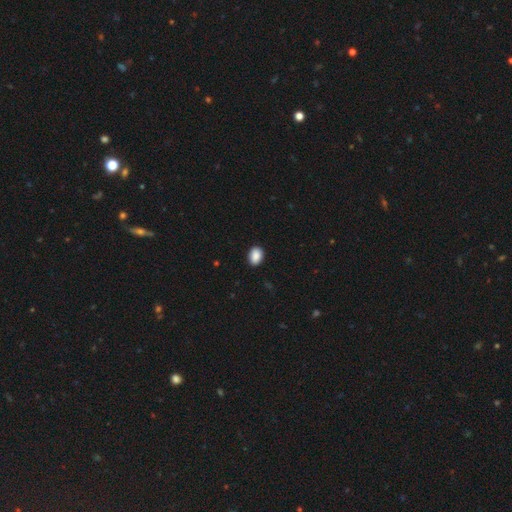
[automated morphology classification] The model was most divided on "how rounded": in between: 78%, round: 21%, cigar-shaped: 1%. More confident: smooth or featured — smooth (89%); merging — none (88%).